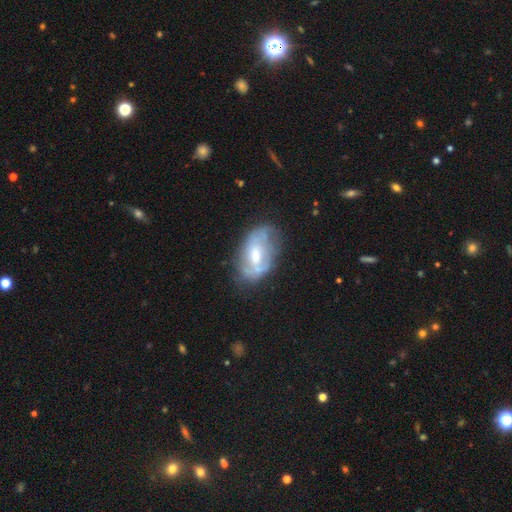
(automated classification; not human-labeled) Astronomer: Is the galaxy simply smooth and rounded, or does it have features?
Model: featured or disk — 62%.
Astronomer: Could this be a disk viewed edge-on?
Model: no — 95%.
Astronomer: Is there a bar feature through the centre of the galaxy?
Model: weak — 45% (runner-up: no, 43%).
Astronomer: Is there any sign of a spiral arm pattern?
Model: yes — 56% (runner-up: no, 44%).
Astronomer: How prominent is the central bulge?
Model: moderate — 55% (runner-up: small, 30%).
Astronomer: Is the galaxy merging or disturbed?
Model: none — 52% (runner-up: minor disturbance, 29%).